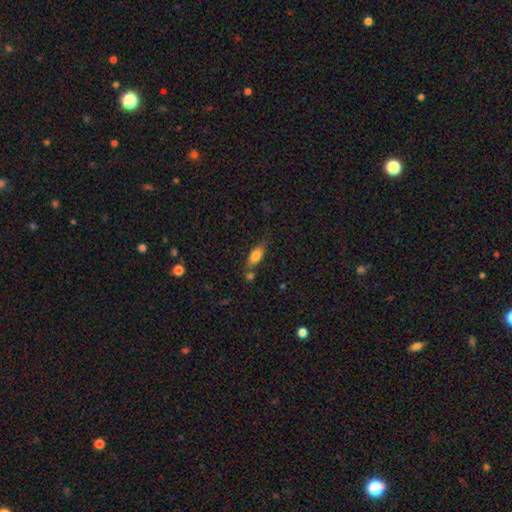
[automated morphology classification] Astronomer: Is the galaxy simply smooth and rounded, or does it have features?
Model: smooth — 76%.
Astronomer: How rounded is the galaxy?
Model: in between — 76%.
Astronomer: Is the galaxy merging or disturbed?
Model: none — 57%.